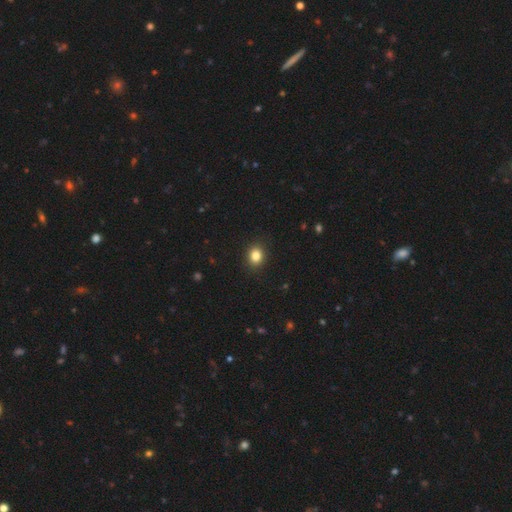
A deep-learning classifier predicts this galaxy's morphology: Overall: smooth (84%). How rounded: round (65%; in between 34%). Merging: none (90%).